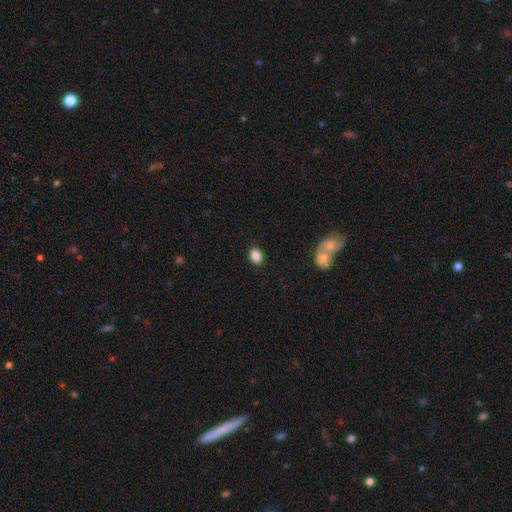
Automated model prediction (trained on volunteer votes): Morphology: type=smooth (87%); roundness=in between (61%); merging=none (88%).